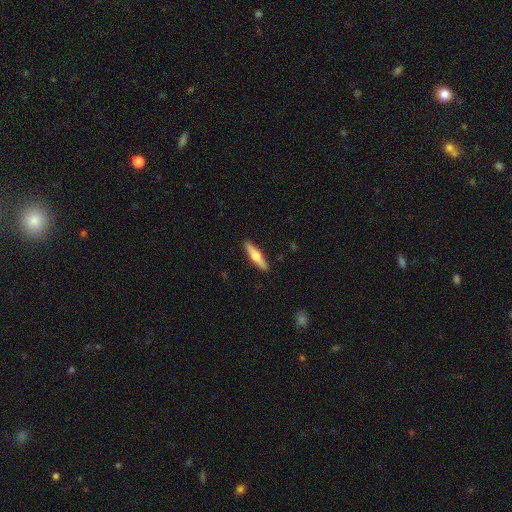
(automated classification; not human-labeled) smooth_or_featured: smooth (p=0.51) [alt: featured or disk p=0.44]
how_rounded: cigar-shaped (p=0.81) [alt: in between p=0.17]
merging: none (p=0.91) [alt: minor disturbance p=0.06]